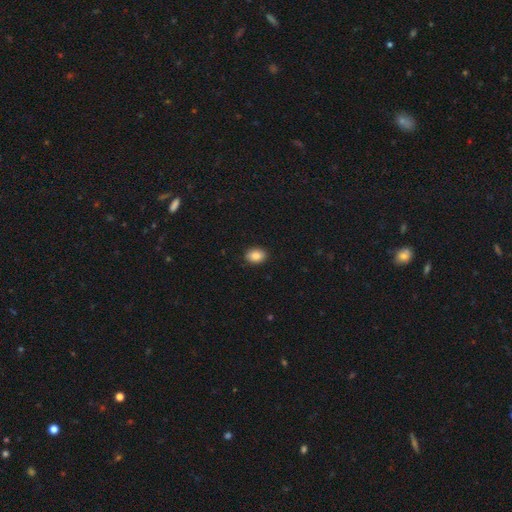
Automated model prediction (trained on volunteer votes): This appears to be a smooth galaxy with no disk features (87%) that is in between round and cigar-shaped (71%). Merging: none (90%).